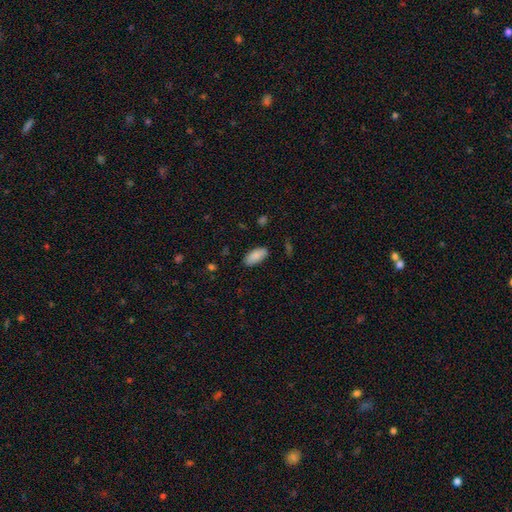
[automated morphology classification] Smooth or featured? smooth (88%)
How rounded? in between (91%)
Merging? none (85%)